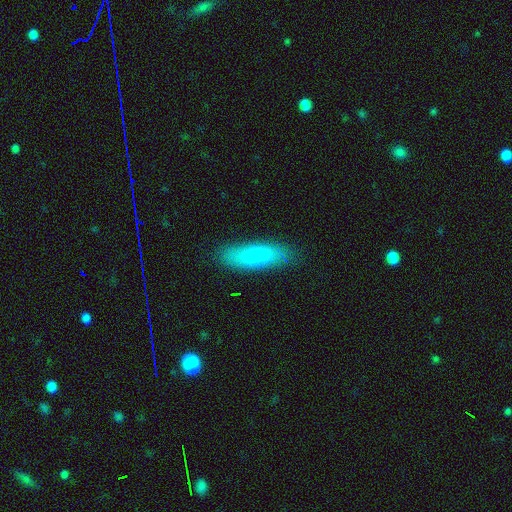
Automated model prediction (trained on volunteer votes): A smooth galaxy with no disk features (74%) that is in between round and cigar-shaped (60%). Merging: none (80%).